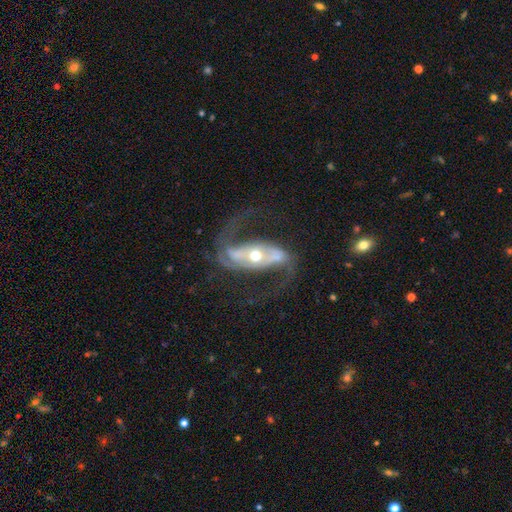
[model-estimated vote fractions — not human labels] featured or disk 88%, smooth 7%, star or artifact 5%. Down the decision tree: edge-on disk — no (94%); bar — strong (42%); spiral arms — yes (94%); spiral arm count — 2 (92%); spiral winding — loose (54%); bulge size — moderate (70%); merging — none (61%).